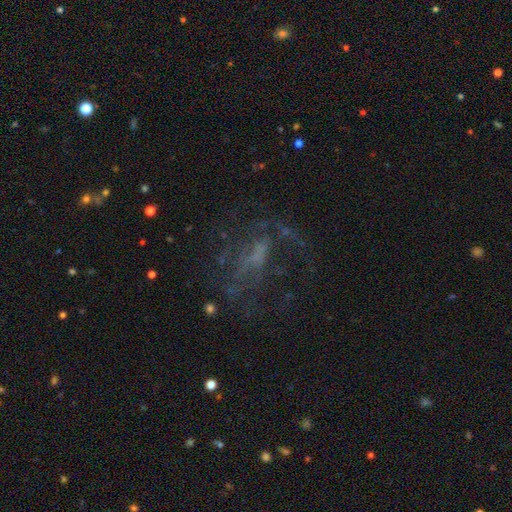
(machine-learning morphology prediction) type=featured or disk (57%); edge-on=no (94%); bar=no (58%); spiral arms=no (54%); bulge=none (55%); merging=none (46%).